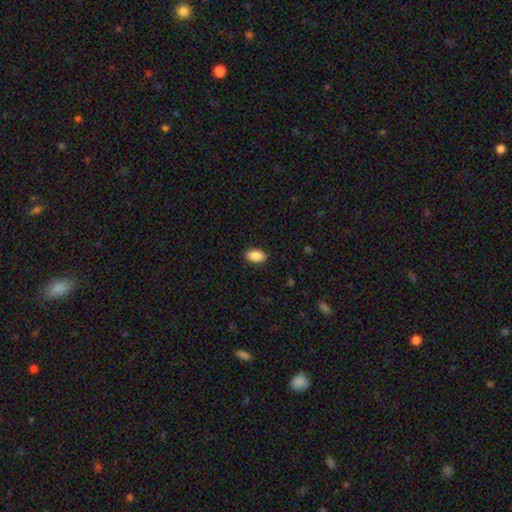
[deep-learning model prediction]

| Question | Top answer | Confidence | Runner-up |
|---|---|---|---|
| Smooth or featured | smooth | 89% | star or artifact (7%) |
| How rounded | in between | 93% | round (5%) |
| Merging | none | 89% | minor disturbance (8%) |